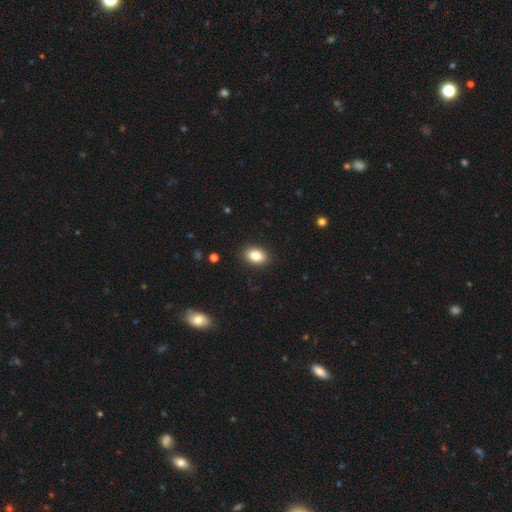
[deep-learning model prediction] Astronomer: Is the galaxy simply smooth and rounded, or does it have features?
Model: smooth — 85%.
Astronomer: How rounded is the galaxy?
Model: in between — 83%.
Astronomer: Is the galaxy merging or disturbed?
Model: none — 90%.